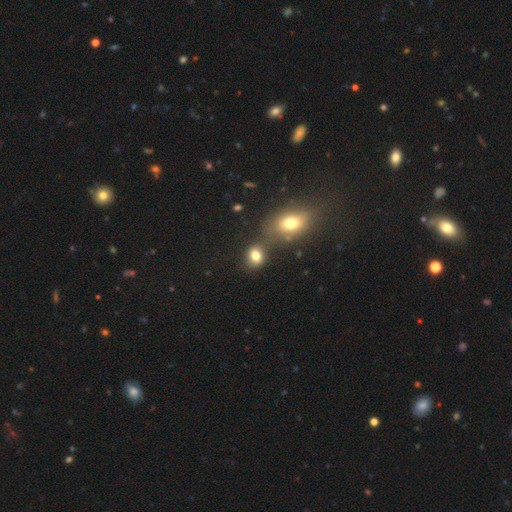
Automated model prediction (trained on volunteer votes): Morphology: type=smooth (77%); roundness=in between (55%); merging=none (52%).